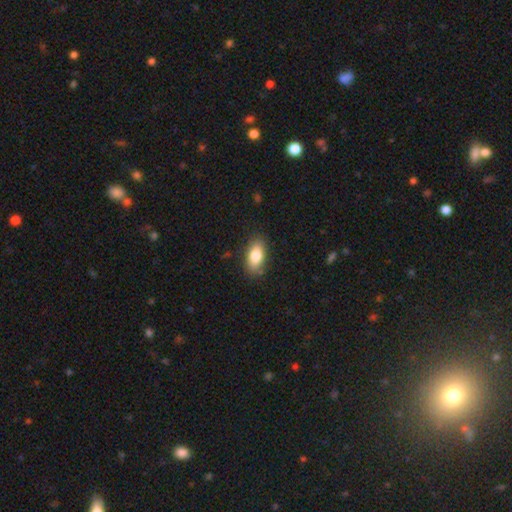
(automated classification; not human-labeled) This is clearly a smooth galaxy (82%). How rounded: clearly in between (89%). Merging: clearly none (83%).